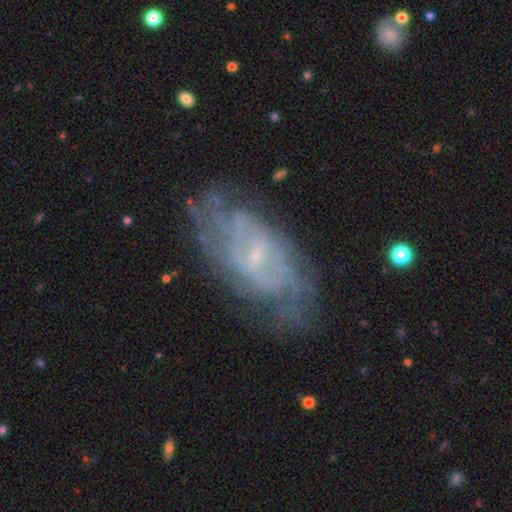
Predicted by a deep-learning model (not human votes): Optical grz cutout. It shows a featured or disk galaxy (77%) with a weak bar (52%), tight (47%) spiral arms (81%) and a small central bulge (71%). Merging: none (69%).